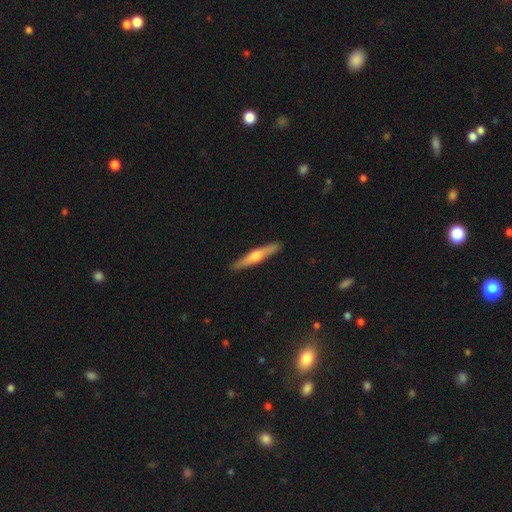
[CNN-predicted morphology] This appears to be a featured or disk galaxy (60%) viewed edge-on (96%) with a rounded central bulge (89%). Merging: none (91%).